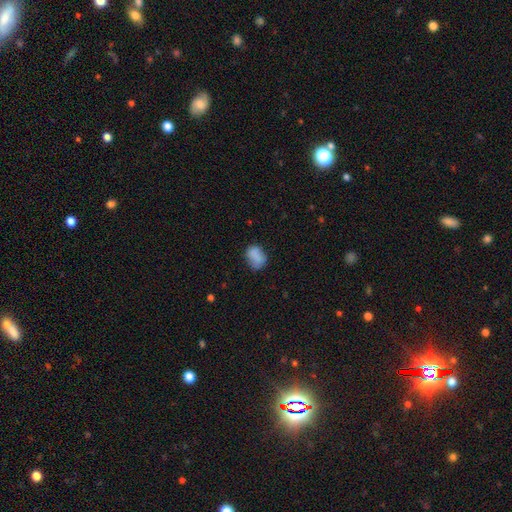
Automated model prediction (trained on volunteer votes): This is clearly a smooth galaxy (81%). How rounded: likely in between (71%). Merging: possibly none (55%).